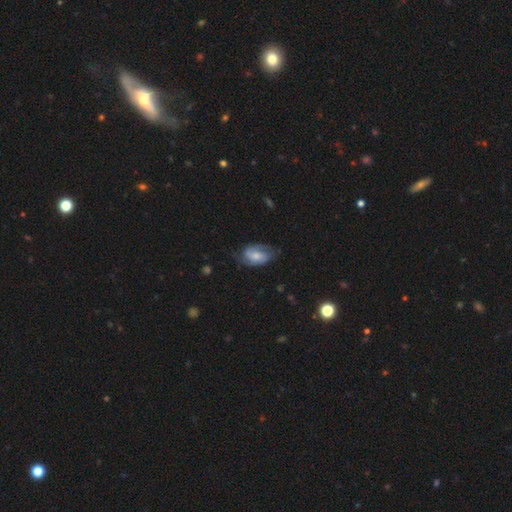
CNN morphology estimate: Smooth or featured?
  - featured or disk: 55% *
  - smooth: 39%
  - star or artifact: 7%
Edge-on disk?
  - no: 96% *
  - yes: 4%
Bar?
  - no: 53% *
  - weak: 37%
  - strong: 10%
Spiral arms?
  - yes: 85% *
  - no: 15%
Bulge size?
  - moderate: 48% *
  - small: 41%
  - large: 5%
  - none: 5%
  - dominant: 1%
Merging?
  - none: 58% *
  - minor disturbance: 28%
  - major disturbance: 12%
  - merger: 1%